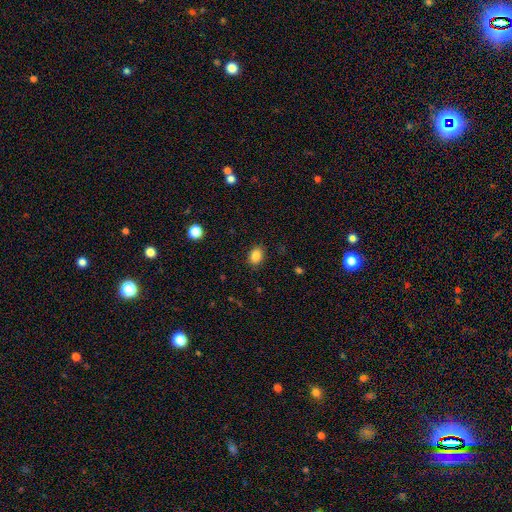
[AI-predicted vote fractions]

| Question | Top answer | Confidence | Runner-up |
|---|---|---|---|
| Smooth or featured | smooth | 86% | star or artifact (10%) |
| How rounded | in between | 69% | round (30%) |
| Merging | none | 87% | minor disturbance (9%) |